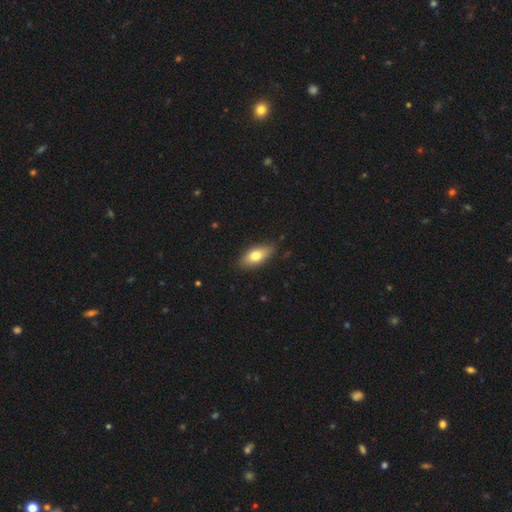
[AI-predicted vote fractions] A smooth galaxy with no disk features (76%) that is in between round and cigar-shaped (84%).

Vote fractions:
- Smooth or featured? smooth: 76% / featured or disk: 17% / star or artifact: 7%
- How rounded? in between: 84% / cigar-shaped: 12% / round: 4%
- Merging? none: 83% / minor disturbance: 13% / major disturbance: 2% / merger: 1%